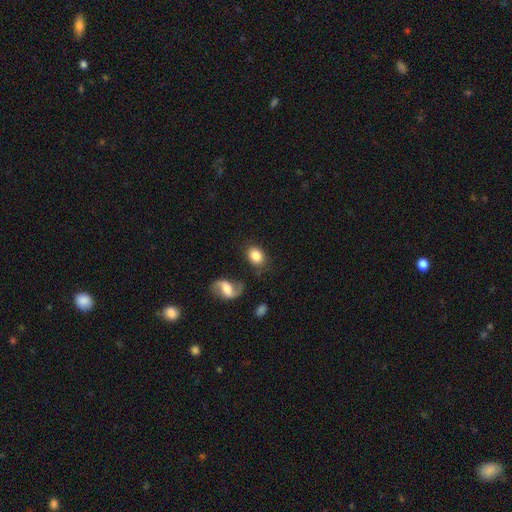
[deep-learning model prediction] Smooth or featured: smooth — 79% (featured or disk — 13%)
How rounded: in between — 65% (round — 34%)
Merging: none — 73% (minor disturbance — 15%)